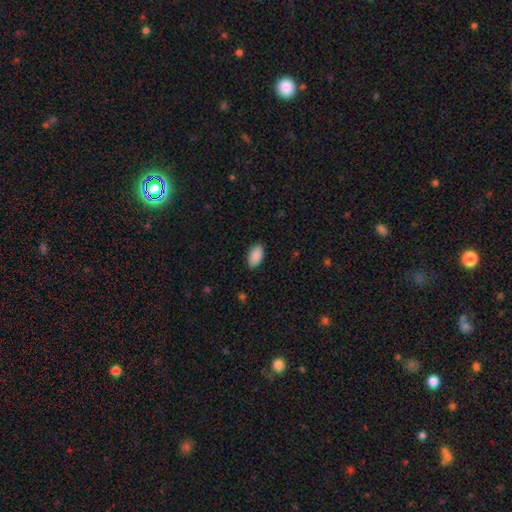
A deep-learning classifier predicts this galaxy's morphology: Smooth or featured? Predicted: smooth (p=0.89). How rounded? Predicted: in between (p=0.95). Merging? Predicted: none (p=0.88).